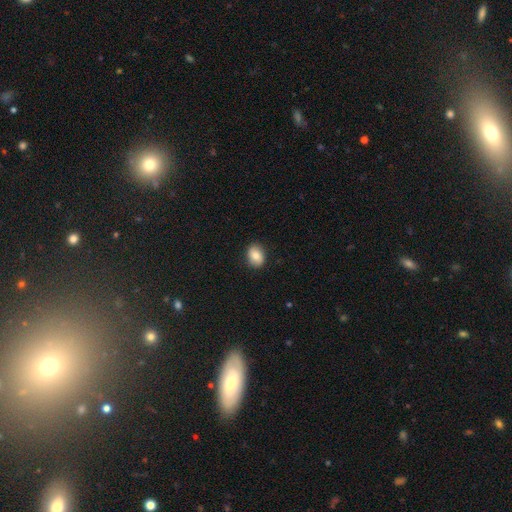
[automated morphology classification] smooth-or-featured: smooth: 82% | featured or disk: 10% | star or artifact: 8%
  how-rounded: in between: 67% | round: 32% | cigar-shaped: 1%
  merging: none: 87% | minor disturbance: 10% | major disturbance: 2% | merger: 1%